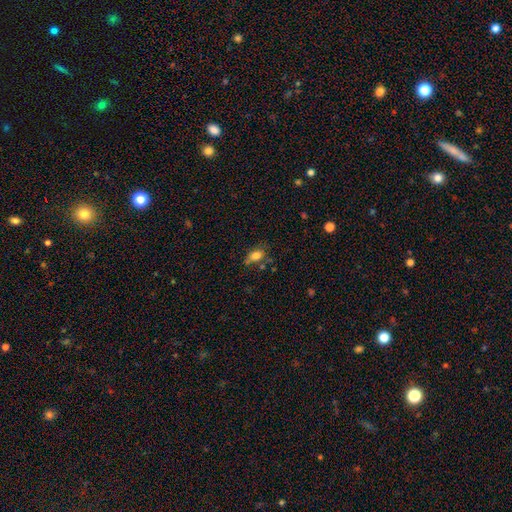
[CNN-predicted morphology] Overall: smooth (79%). How rounded: in between (84%). Merging: none (57%; minor disturbance 24%).